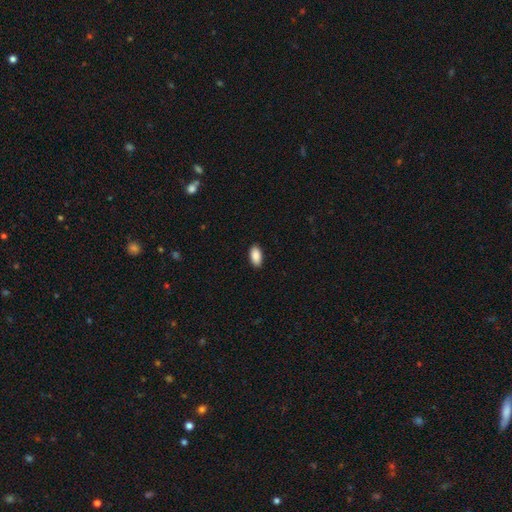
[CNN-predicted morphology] smooth-or-featured: smooth: 90% | star or artifact: 7% | featured or disk: 4%
  how-rounded: in between: 94% | cigar-shaped: 4% | round: 3%
  merging: none: 90% | minor disturbance: 8% | major disturbance: 2% | merger: 1%